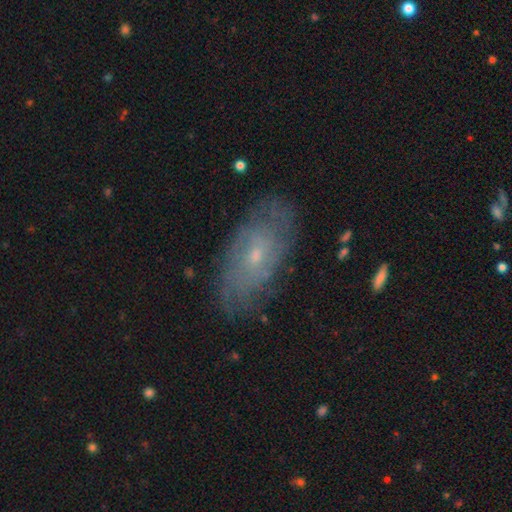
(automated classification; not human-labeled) Smooth or featured?
  - featured or disk: 65% *
  - smooth: 26%
  - star or artifact: 9%
Edge-on disk?
  - no: 91% *
  - yes: 9%
Bar?
  - no: 76% *
  - weak: 21%
  - strong: 3%
Spiral arms?
  - yes: 76% *
  - no: 24%
Bulge size?
  - small: 71% *
  - moderate: 25%
  - none: 2%
  - large: 1%
  - dominant: 1%
Merging?
  - none: 78% *
  - minor disturbance: 16%
  - major disturbance: 5%
  - merger: 1%